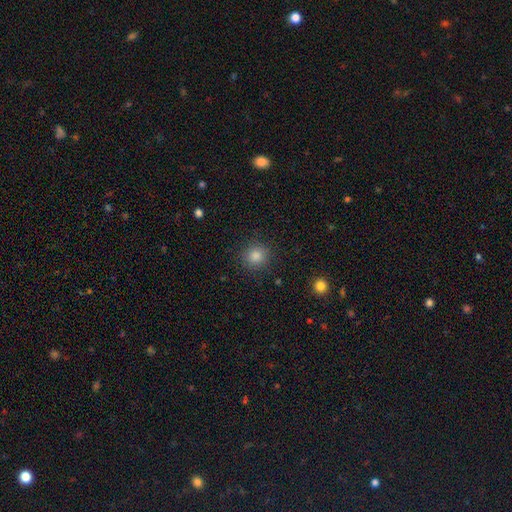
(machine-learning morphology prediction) A smooth galaxy with no disk features (82%) that is round (92%).

Vote fractions:
- Smooth or featured? smooth: 82% / star or artifact: 13% / featured or disk: 5%
- How rounded? round: 92% / in between: 7% / cigar-shaped: 1%
- Merging? none: 90% / minor disturbance: 6% / major disturbance: 2% / merger: 1%